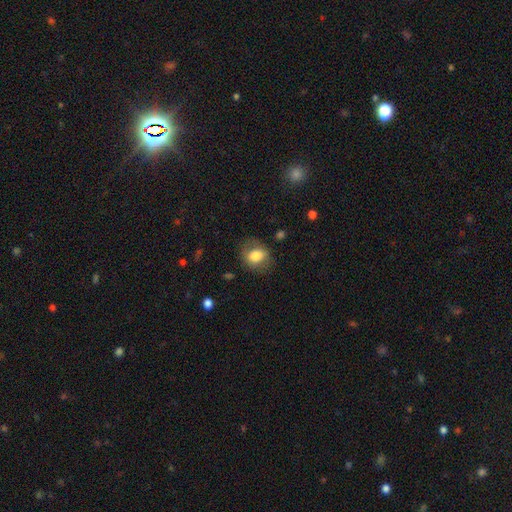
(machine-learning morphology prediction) Q: Smooth or featured?
A: smooth (74%); runner-up: featured or disk (18%)
Q: How rounded?
A: in between (50%); runner-up: round (49%)
Q: Merging?
A: none (74%); runner-up: minor disturbance (17%)